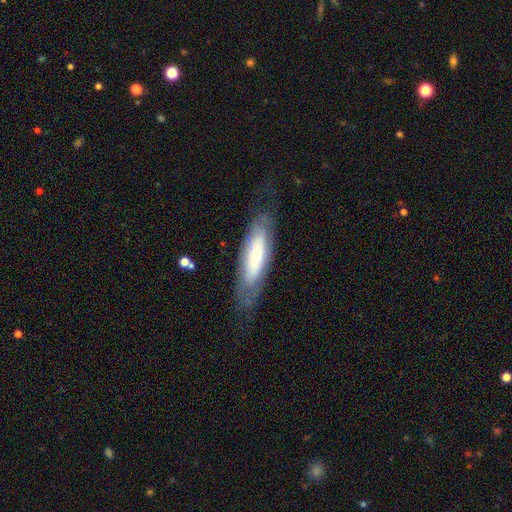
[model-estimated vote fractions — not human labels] Overall: featured or disk (47%; smooth 46%). Merging: none (68%).